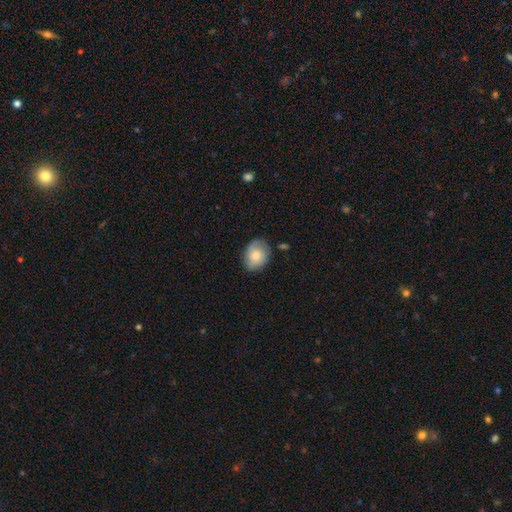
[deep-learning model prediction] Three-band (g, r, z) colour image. It shows a smooth galaxy with no disk features (72%) that is in between round and cigar-shaped (57%). Merging: none (73%).